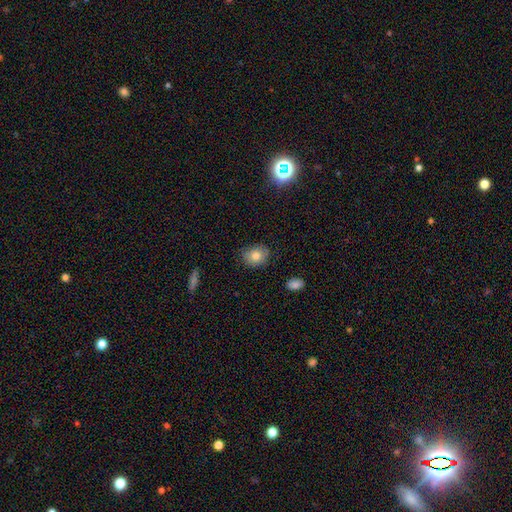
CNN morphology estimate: smooth_or_featured: smooth (p=0.80) [alt: featured or disk p=0.11]
how_rounded: in between (p=0.50) [alt: round p=0.49]
merging: none (p=0.81) [alt: minor disturbance p=0.15]